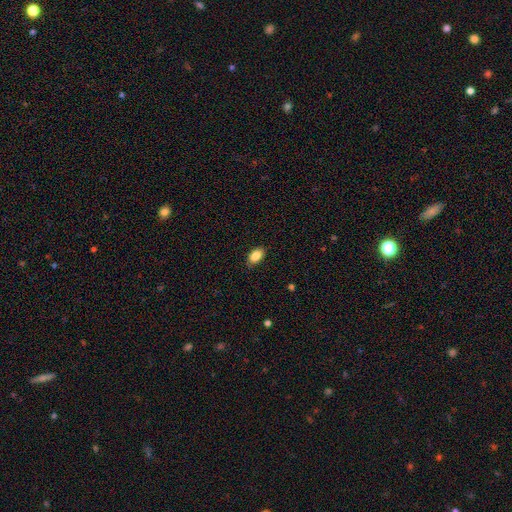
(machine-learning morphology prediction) Overall: smooth (87%). How rounded: in between (91%). Merging: none (86%).